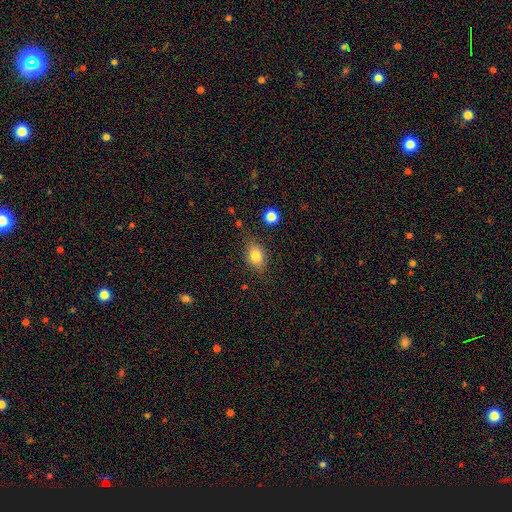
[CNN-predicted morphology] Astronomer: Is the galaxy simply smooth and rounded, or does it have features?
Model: smooth — 80%.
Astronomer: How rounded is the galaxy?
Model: in between — 75%.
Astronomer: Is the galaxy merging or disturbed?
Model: none — 77%.